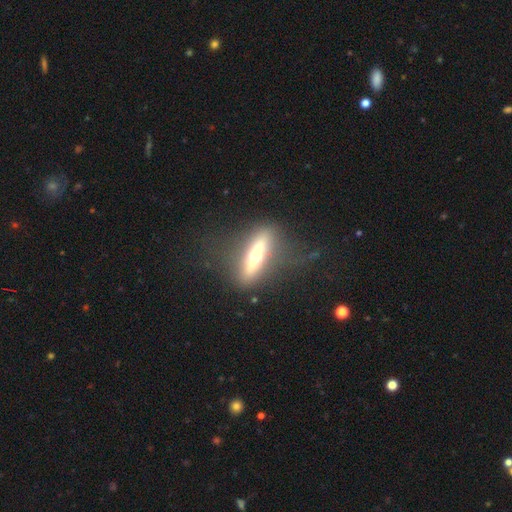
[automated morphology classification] This appears to be a featured or disk galaxy (61%) viewed edge-on (81%). Merging: none (76%).